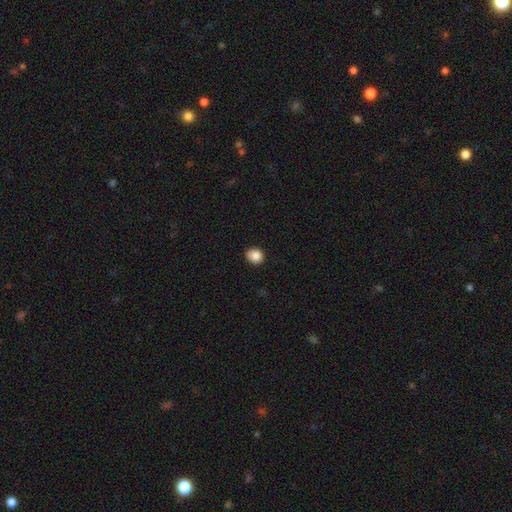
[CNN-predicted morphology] Smooth or featured?
  - smooth: 86% *
  - star or artifact: 10%
  - featured or disk: 4%
How rounded?
  - round: 79% *
  - in between: 20%
  - cigar-shaped: 1%
Merging?
  - none: 81% *
  - minor disturbance: 15%
  - major disturbance: 3%
  - merger: 1%